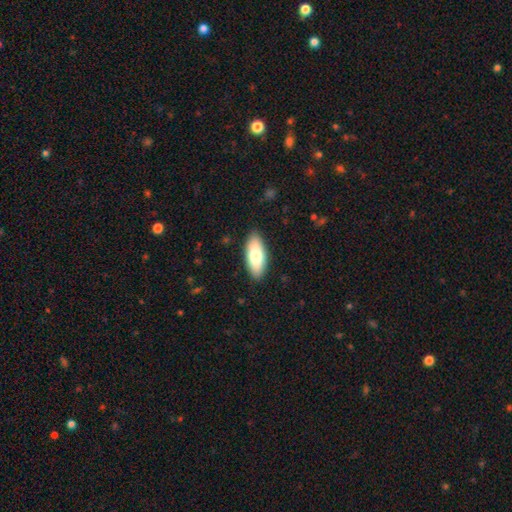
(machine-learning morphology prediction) smooth_or_featured: smooth (p=0.75) [alt: featured or disk p=0.19]
how_rounded: in between (p=0.82) [alt: cigar-shaped p=0.16]
merging: none (p=0.88) [alt: minor disturbance p=0.09]